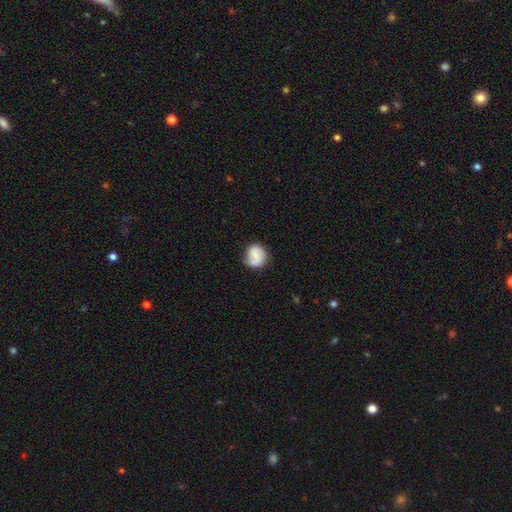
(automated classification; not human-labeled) smooth-or-featured: smooth: 52% | featured or disk: 41% | star or artifact: 8%
  how-rounded: round: 76% | in between: 23% | cigar-shaped: 1%
  merging: none: 70% | minor disturbance: 22% | major disturbance: 7% | merger: 2%